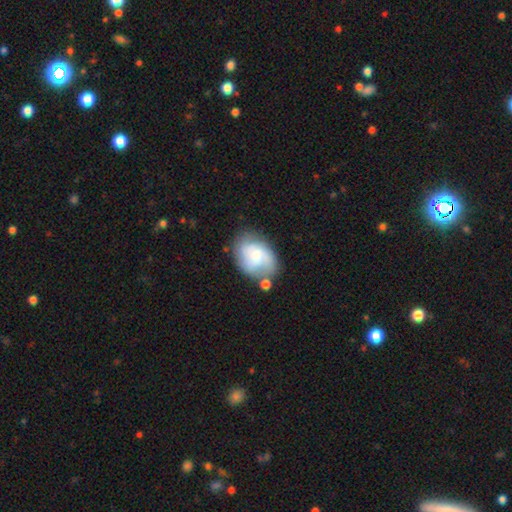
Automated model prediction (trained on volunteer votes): Smooth or featured? featured or disk (50%)
Edge-on disk? no (97%)
Merging? none (55%)